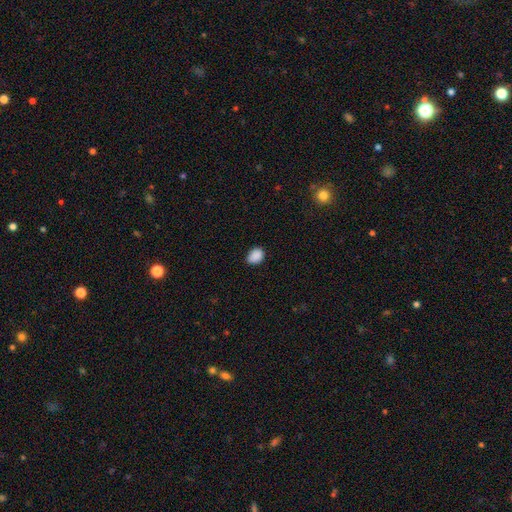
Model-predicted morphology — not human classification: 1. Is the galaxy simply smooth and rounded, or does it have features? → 89% smooth, 9% star or artifact, 3% featured or disk.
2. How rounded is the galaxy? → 63% in between, 36% round, 1% cigar-shaped.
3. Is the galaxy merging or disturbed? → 84% none, 13% minor disturbance, 2% major disturbance, 1% merger.